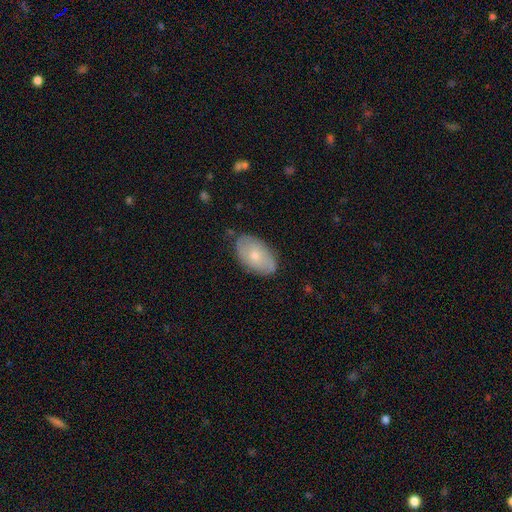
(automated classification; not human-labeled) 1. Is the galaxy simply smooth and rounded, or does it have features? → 61% smooth, 33% featured or disk, 6% star or artifact.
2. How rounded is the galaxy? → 93% in between, 5% round, 1% cigar-shaped.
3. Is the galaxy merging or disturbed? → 77% none, 18% minor disturbance, 3% major disturbance, 1% merger.